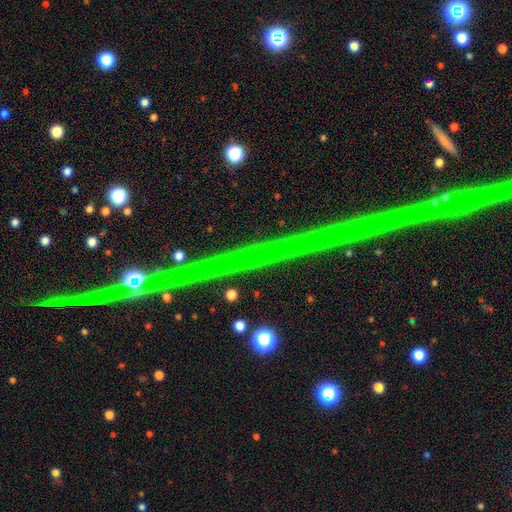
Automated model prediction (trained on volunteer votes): This appears to be a star or artifact, not a galaxy (81%).